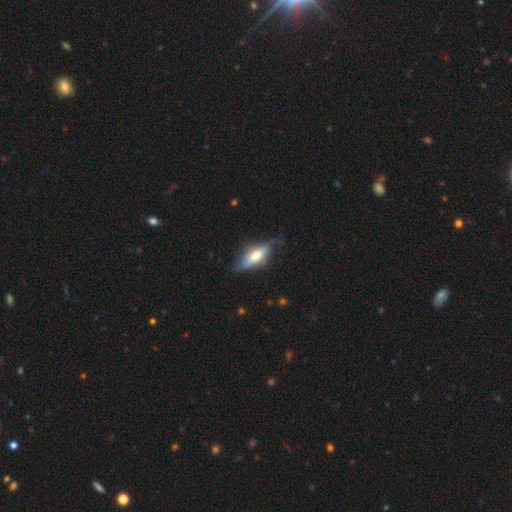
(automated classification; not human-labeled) smooth 50%, featured or disk 44%, star or artifact 6%. Down the decision tree: merging — none (64%).